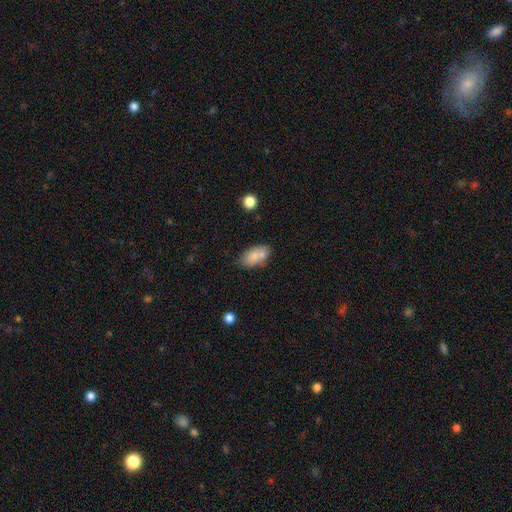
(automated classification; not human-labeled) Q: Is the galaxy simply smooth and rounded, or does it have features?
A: smooth — 78%.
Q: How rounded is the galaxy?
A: in between — 91%.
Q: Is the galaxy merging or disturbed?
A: none — 59%.